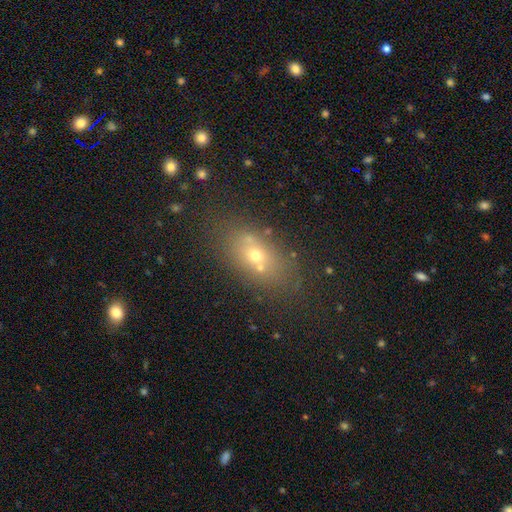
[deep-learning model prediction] Smooth or featured? Predicted: smooth (p=0.56). How rounded? Predicted: in between (p=0.71). Merging? Predicted: none (p=0.61).